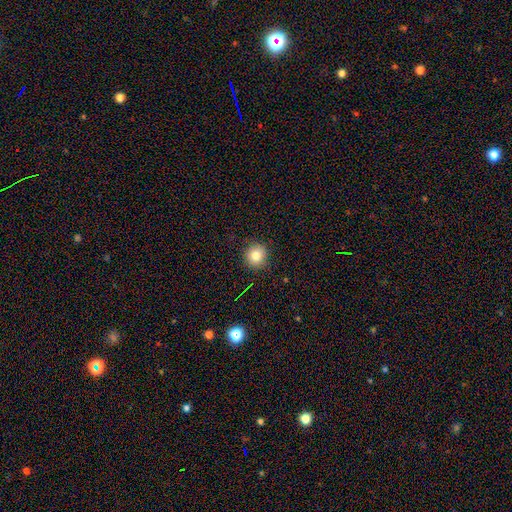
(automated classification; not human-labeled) This appears to be a smooth galaxy with no disk features (80%) that is round (92%). Merging: none (90%).